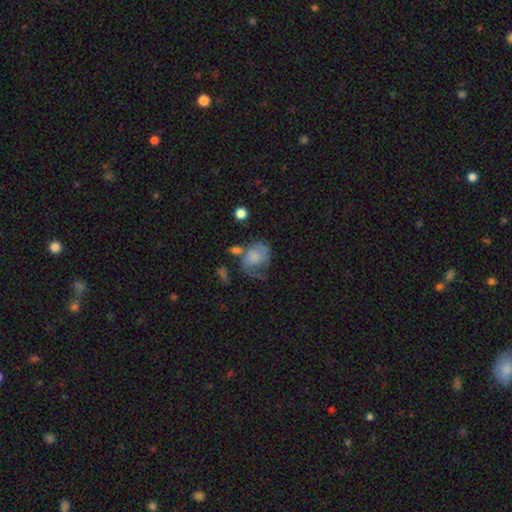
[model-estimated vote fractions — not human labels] Q: Smooth or featured?
A: smooth (53%); runner-up: featured or disk (39%)
Q: How rounded?
A: in between (59%); runner-up: round (40%)
Q: Merging?
A: major disturbance (35%); runner-up: none (27%)